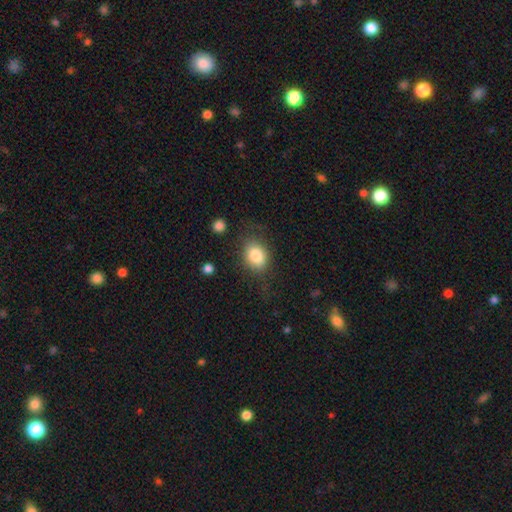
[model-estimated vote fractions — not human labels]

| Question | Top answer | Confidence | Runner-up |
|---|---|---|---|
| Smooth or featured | smooth | 82% | featured or disk (9%) |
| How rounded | in between | 61% | round (38%) |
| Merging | none | 71% | minor disturbance (18%) |